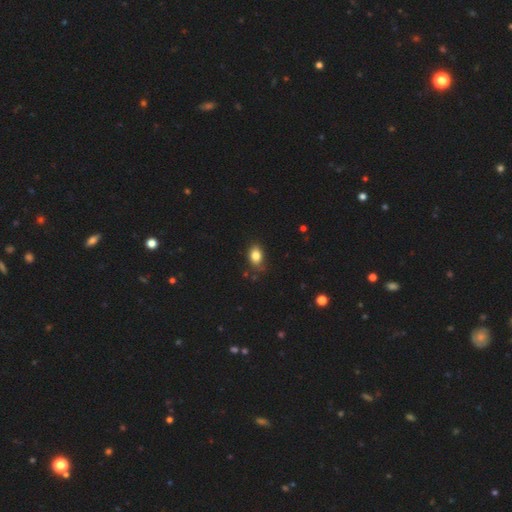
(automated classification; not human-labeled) This is clearly a smooth galaxy (83%). How rounded: likely in between (77%). Merging: likely none (75%).